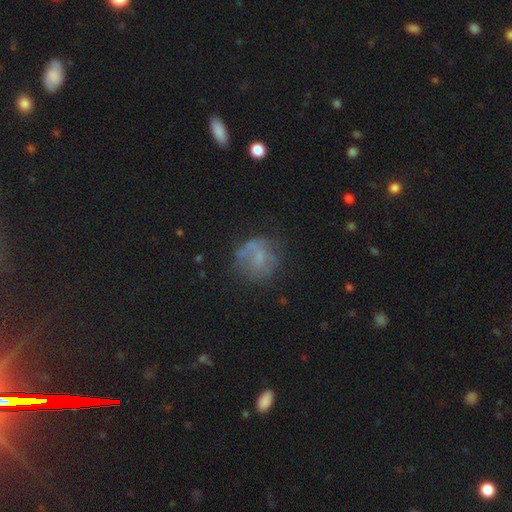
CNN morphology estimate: Smooth or featured? Predicted: smooth (p=0.50). Merging? Predicted: none (p=0.55).